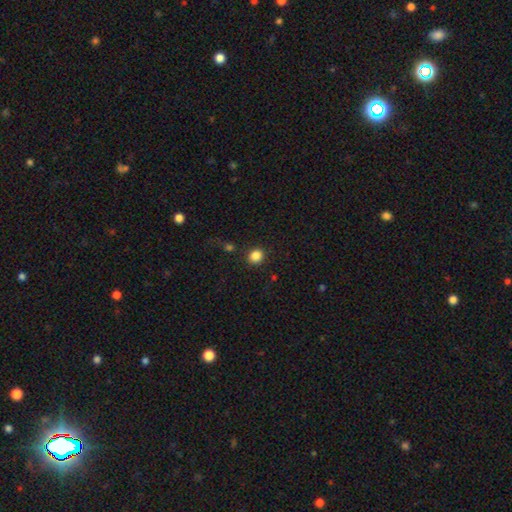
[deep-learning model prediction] Morphology: type=smooth (85%); roundness=round (83%); merging=none (87%).